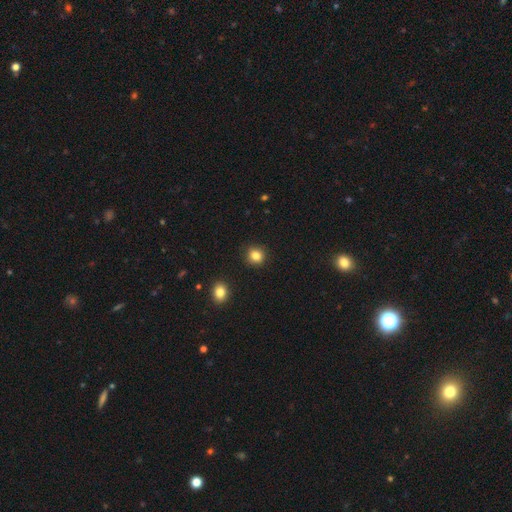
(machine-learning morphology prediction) smooth-or-featured: smooth: 84% | star or artifact: 11% | featured or disk: 5%
  how-rounded: round: 86% | in between: 13% | cigar-shaped: 1%
  merging: none: 90% | minor disturbance: 6% | major disturbance: 2% | merger: 1%